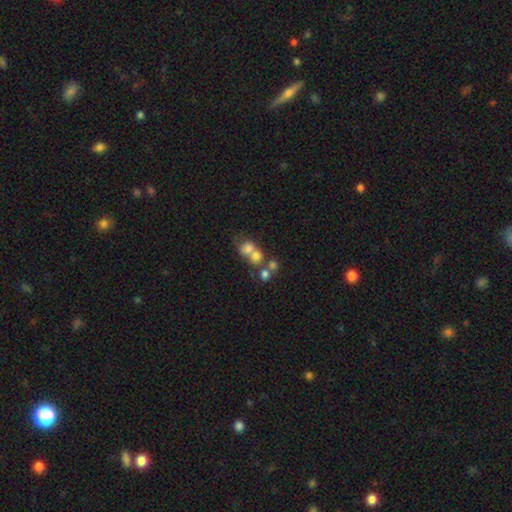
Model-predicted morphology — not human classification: The model was most divided on "merging": merger: 57%, none: 30%, minor disturbance: 7%, major disturbance: 6%. More confident: how rounded — round (70%); smooth or featured — smooth (64%).